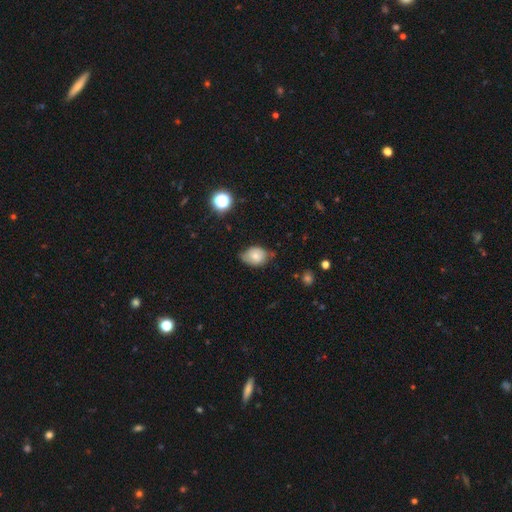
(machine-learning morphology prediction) This is likely a smooth galaxy (68%). How rounded: possibly in between (59%). Merging: possibly none (55%).